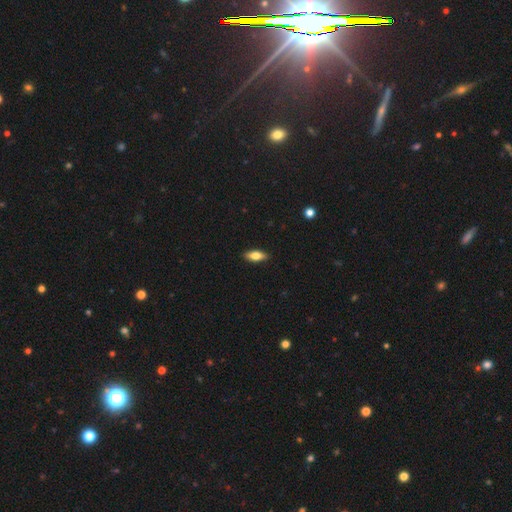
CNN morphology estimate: The model was most divided on "smooth or featured": smooth: 70%, featured or disk: 23%, star or artifact: 7%. More confident: merging — none (90%); how rounded — in between (75%).